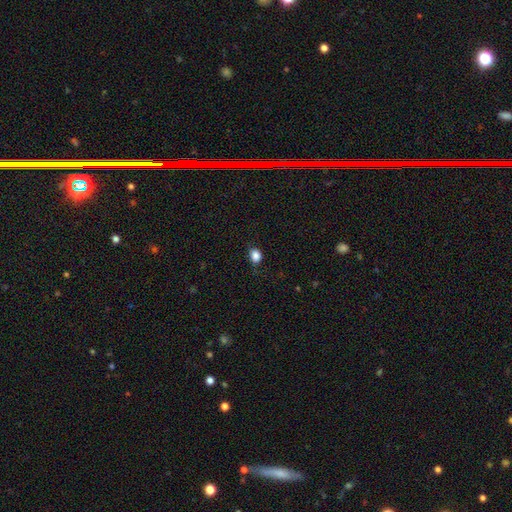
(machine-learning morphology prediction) A smooth galaxy with no disk features (86%) that is in between round and cigar-shaped (50%).

Vote fractions:
- Smooth or featured? smooth: 86% / star or artifact: 11% / featured or disk: 4%
- How rounded? in between: 50% / round: 49% / cigar-shaped: 1%
- Merging? none: 79% / minor disturbance: 16% / major disturbance: 4% / merger: 1%